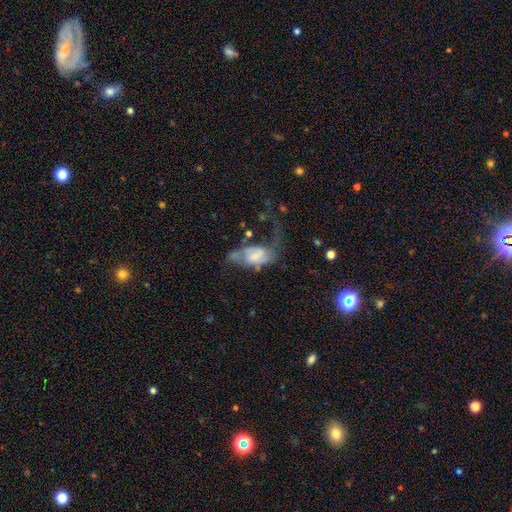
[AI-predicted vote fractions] featured or disk 64%, smooth 28%, star or artifact 8%. Down the decision tree: edge-on disk — no (95%); bar — no (47%); spiral arms — yes (83%); spiral arm count — 2 (75%); spiral winding — loose (52%); bulge size — small (35%); merging — major disturbance (47%).